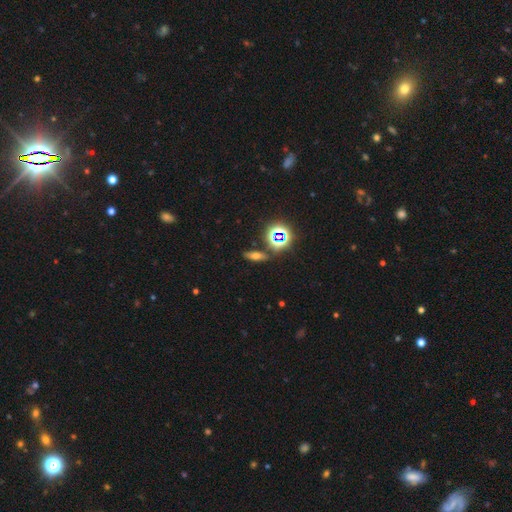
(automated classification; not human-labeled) Smooth or featured? Predicted: smooth (p=0.50). How rounded? Predicted: in between (p=0.50). Merging? Predicted: none (p=0.82).